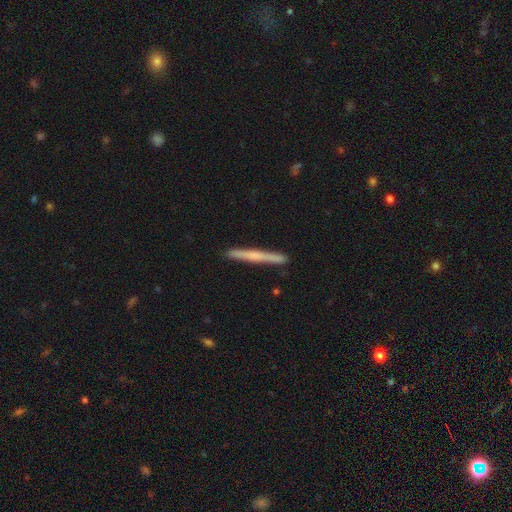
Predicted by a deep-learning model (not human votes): smooth 52%, featured or disk 43%, star or artifact 6%. Down the decision tree: how rounded — cigar-shaped (97%); merging — none (91%).